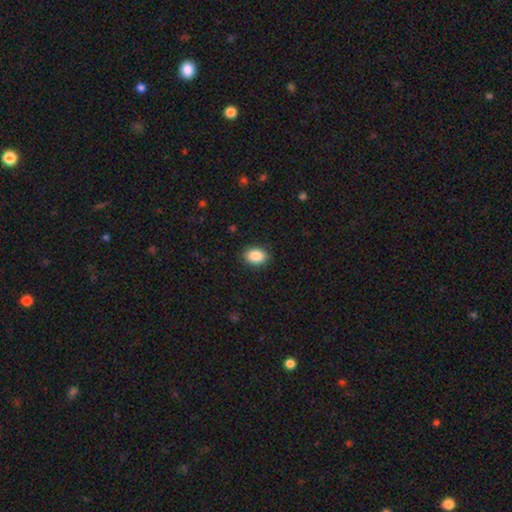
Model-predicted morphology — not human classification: A smooth galaxy with no disk features (87%) that is in between round and cigar-shaped (77%). Merging: none (89%).